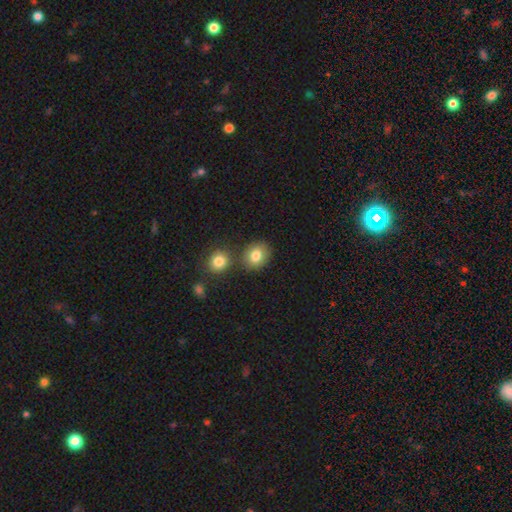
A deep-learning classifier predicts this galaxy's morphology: Smooth or featured? Predicted: smooth (p=0.82). How rounded? Predicted: round (p=0.66). Merging? Predicted: none (p=0.71).